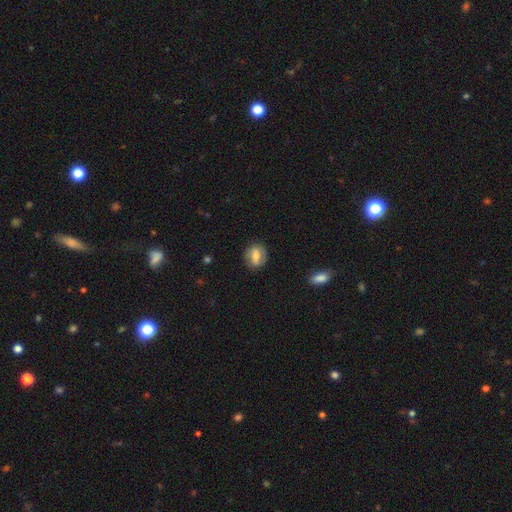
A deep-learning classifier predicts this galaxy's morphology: Smooth or featured? smooth (51%)
How rounded? round (49%)
Merging? none (80%)